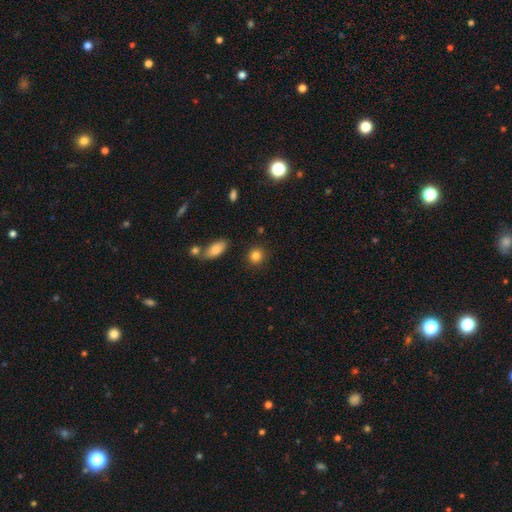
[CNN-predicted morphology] The model was most divided on "how rounded": round: 86%, in between: 12%, cigar-shaped: 1%. More confident: merging — none (88%); smooth or featured — smooth (84%).